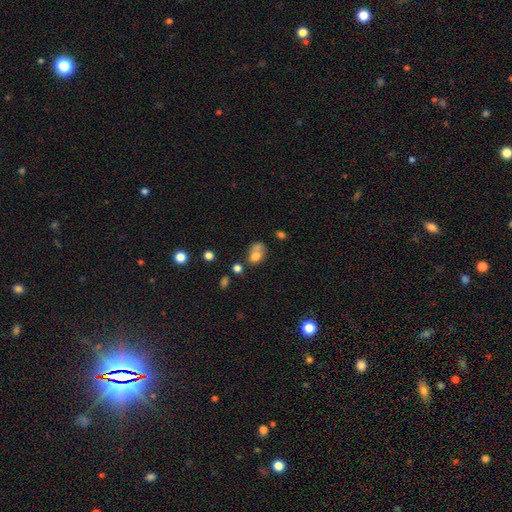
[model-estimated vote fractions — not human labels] Smooth or featured? smooth (71%)
How rounded? in between (58%)
Merging? merger (43%)